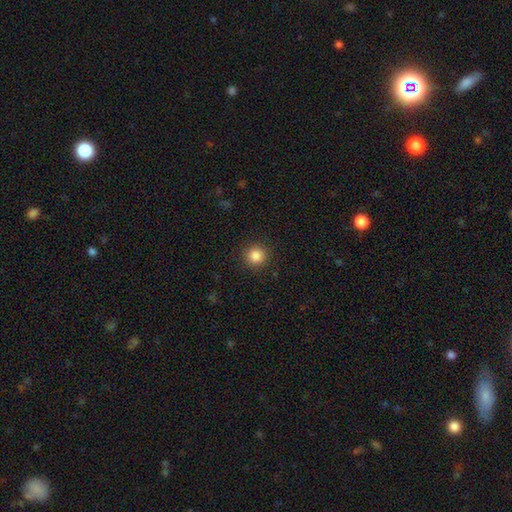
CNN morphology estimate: Overall: smooth (86%). How rounded: round (94%). Merging: none (91%).